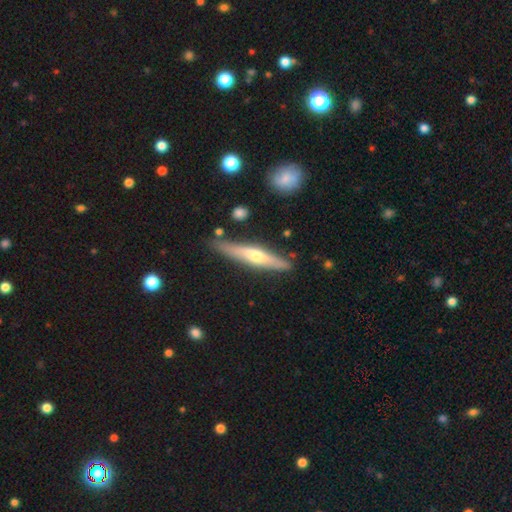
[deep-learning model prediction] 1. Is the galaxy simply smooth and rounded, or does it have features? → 58% featured or disk, 37% smooth, 6% star or artifact.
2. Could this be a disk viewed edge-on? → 93% yes, 7% no.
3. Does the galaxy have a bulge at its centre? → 85% rounded, 10% none, 5% boxy.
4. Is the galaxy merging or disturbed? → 83% none, 12% minor disturbance, 3% merger, 2% major disturbance.